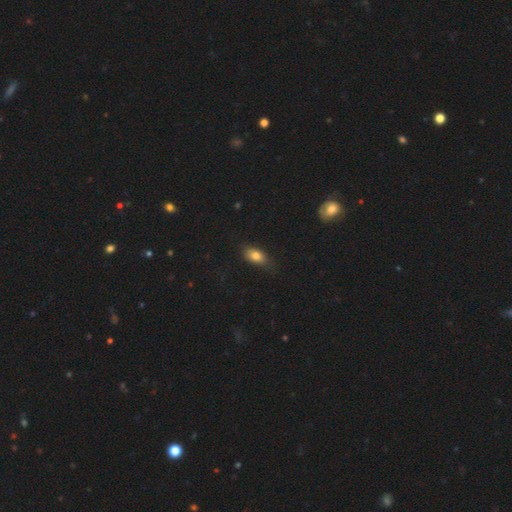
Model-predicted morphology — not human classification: smooth 80%, featured or disk 11%, star or artifact 10%. Down the decision tree: how rounded — in between (86%); merging — none (74%).